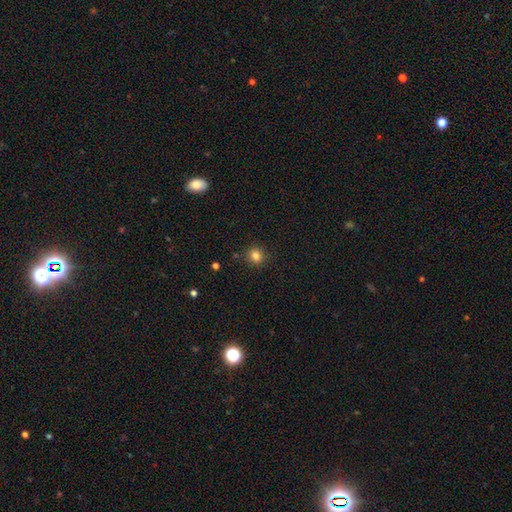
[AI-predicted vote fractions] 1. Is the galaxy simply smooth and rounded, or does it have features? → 82% smooth, 13% star or artifact, 5% featured or disk.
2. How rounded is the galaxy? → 84% round, 15% in between, 1% cigar-shaped.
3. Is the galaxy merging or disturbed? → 88% none, 8% minor disturbance, 2% major disturbance, 2% merger.